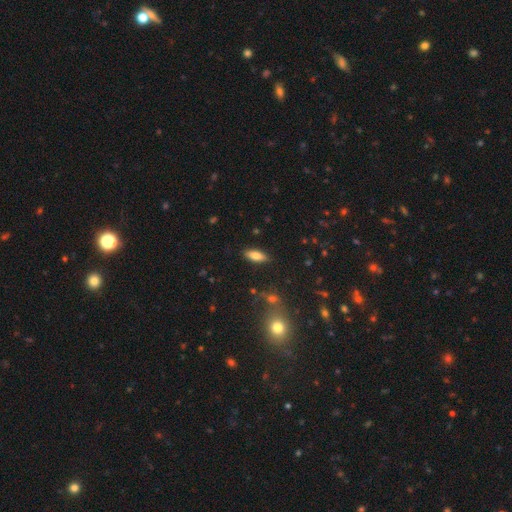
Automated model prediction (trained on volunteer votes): Smooth or featured?
  - smooth: 76% *
  - featured or disk: 17%
  - star or artifact: 8%
How rounded?
  - in between: 73% *
  - cigar-shaped: 24%
  - round: 2%
Merging?
  - none: 86% *
  - minor disturbance: 9%
  - major disturbance: 2%
  - merger: 2%